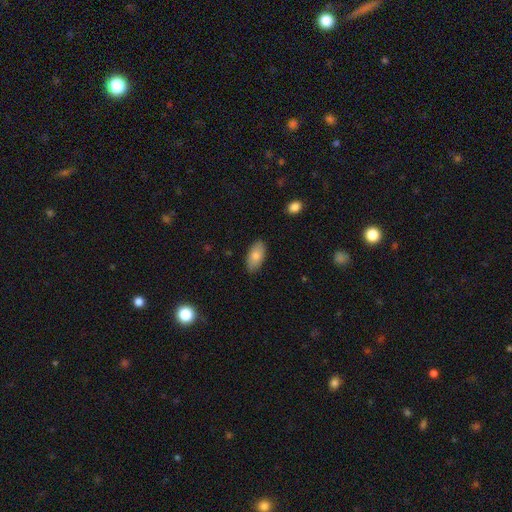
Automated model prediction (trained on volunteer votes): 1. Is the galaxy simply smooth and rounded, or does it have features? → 79% smooth, 15% featured or disk, 7% star or artifact.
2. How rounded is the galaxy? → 92% in between, 5% cigar-shaped, 3% round.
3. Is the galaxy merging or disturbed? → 87% none, 10% minor disturbance, 2% major disturbance, 1% merger.